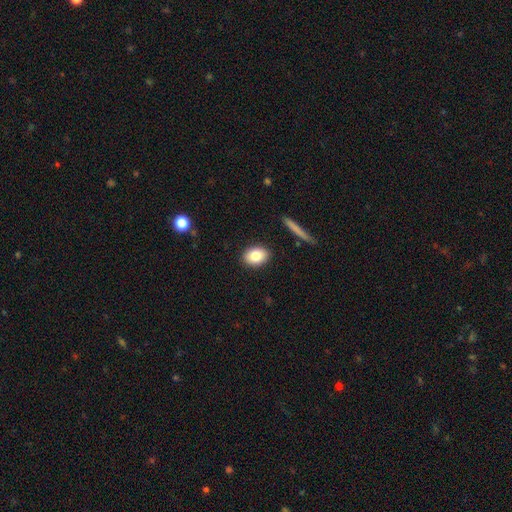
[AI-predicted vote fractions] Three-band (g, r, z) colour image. It shows a smooth galaxy with no disk features (82%) that is in between round and cigar-shaped (74%). Merging: none (89%).